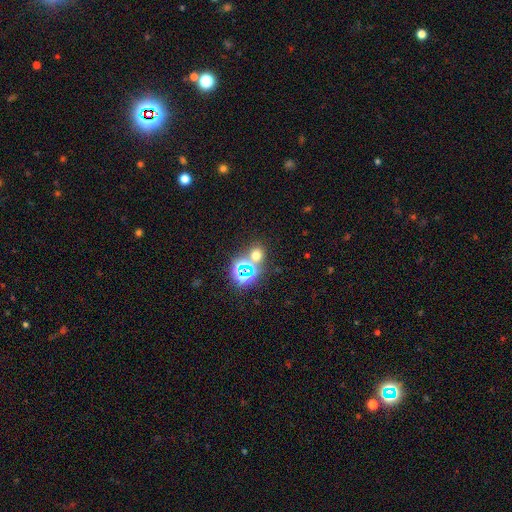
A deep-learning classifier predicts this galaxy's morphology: Smooth or featured: smooth — 52% (star or artifact — 40%)
How rounded: round — 74% (in between — 25%)
Merging: none — 66% (merger — 22%)